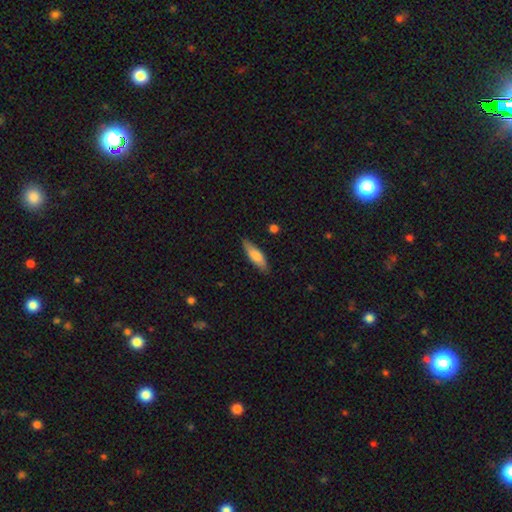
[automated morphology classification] smooth-or-featured: smooth: 78% | featured or disk: 17% | star or artifact: 6%
  how-rounded: cigar-shaped: 53% | in between: 45% | round: 2%
  merging: none: 83% | minor disturbance: 13% | major disturbance: 2% | merger: 1%